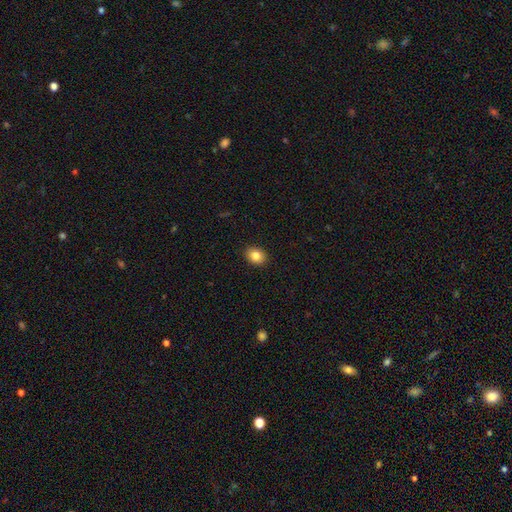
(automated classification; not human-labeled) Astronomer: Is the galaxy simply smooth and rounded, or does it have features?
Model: smooth — 84%.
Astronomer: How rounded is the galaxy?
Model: in between — 53% (runner-up: round, 46%).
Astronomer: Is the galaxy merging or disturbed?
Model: none — 90%.